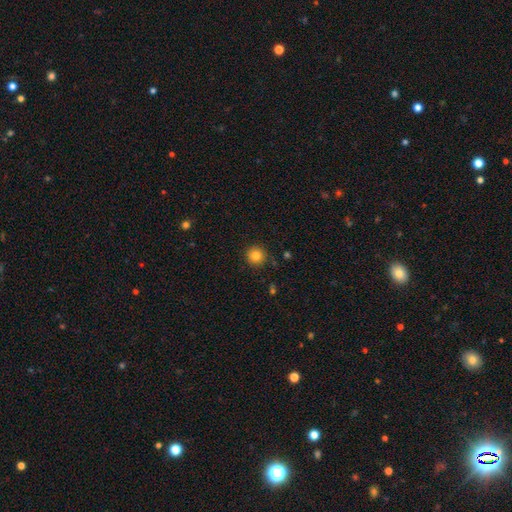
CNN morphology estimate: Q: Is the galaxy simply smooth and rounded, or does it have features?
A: smooth — 83%.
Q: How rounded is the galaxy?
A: round — 94%.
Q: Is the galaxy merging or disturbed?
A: none — 88%.